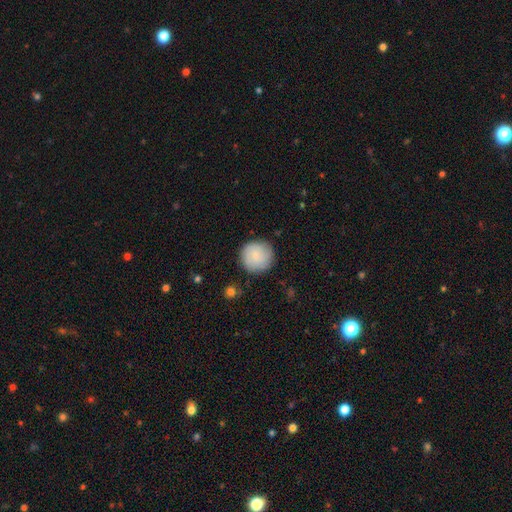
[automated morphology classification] A smooth galaxy with no disk features (81%) that is round (94%).

Vote fractions:
- Smooth or featured? smooth: 81% / featured or disk: 13% / star or artifact: 6%
- How rounded? round: 94% / in between: 5% / cigar-shaped: 1%
- Merging? none: 86% / minor disturbance: 10% / major disturbance: 3% / merger: 1%